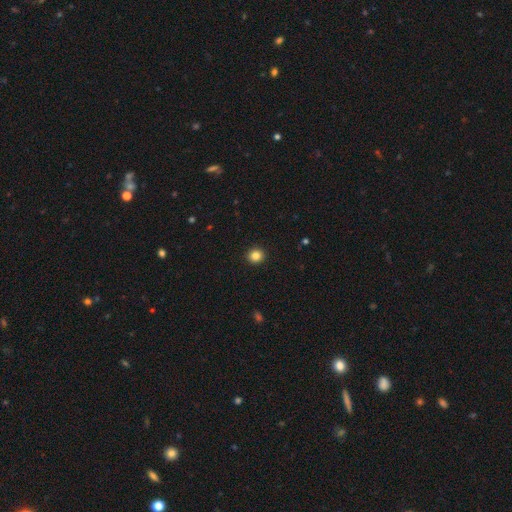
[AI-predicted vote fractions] Morphology: type=smooth (84%); roundness=round (88%); merging=none (93%).